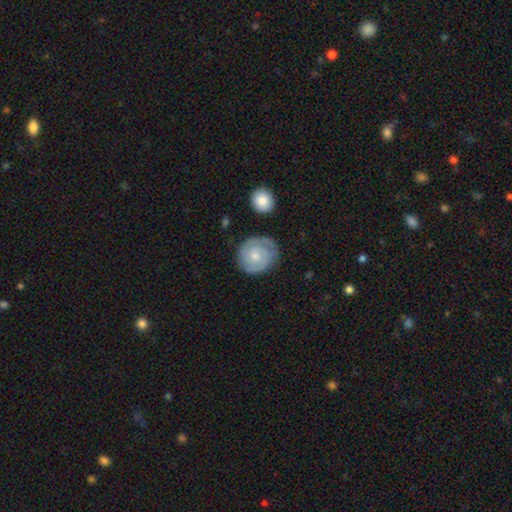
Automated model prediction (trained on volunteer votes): Overall: featured or disk (68%). Edge-on disk: no (98%). Bar: no (70%). Spiral arms: yes (92%). Spiral arm count: 2 (56%; can't tell 21%). Spiral winding: tight (69%). Bulge size: small (55%; moderate 38%). Merging: none (77%).